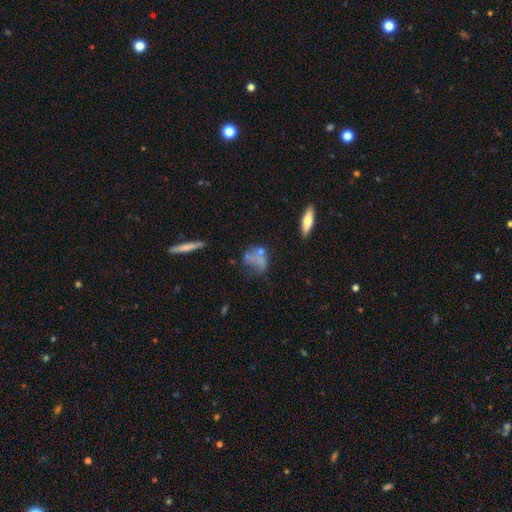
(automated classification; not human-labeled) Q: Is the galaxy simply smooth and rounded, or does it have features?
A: smooth — 50%.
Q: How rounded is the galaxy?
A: in between — 55%.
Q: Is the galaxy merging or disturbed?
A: none — 38%.